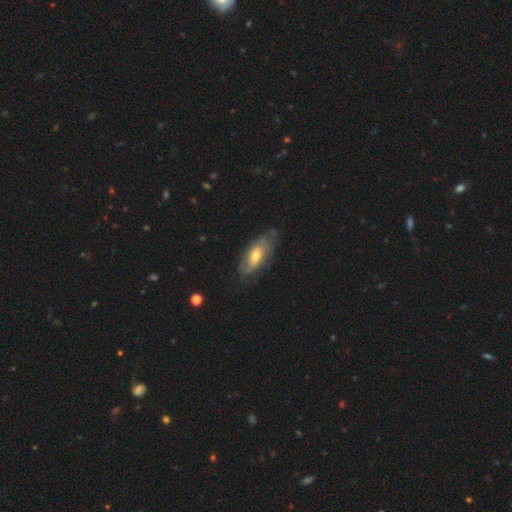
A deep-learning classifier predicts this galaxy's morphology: This appears to be a featured or disk galaxy (55%). Merging: none (64%).